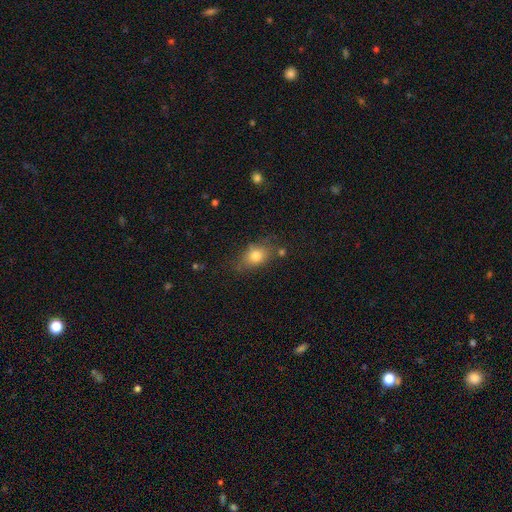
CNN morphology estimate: A smooth galaxy with no disk features (78%) that is in between round and cigar-shaped (69%). Merging: none (64%).